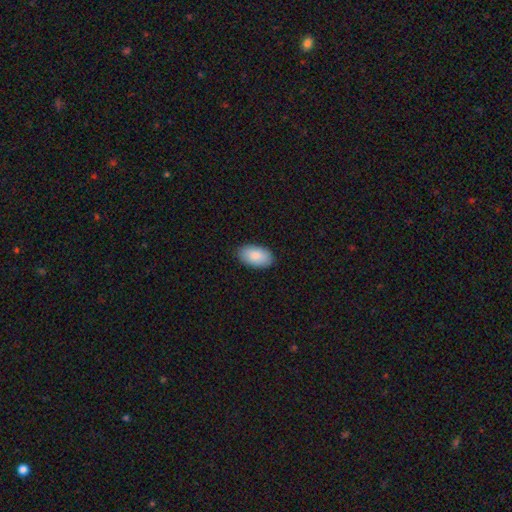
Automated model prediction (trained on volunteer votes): smooth-or-featured: smooth: 88% | featured or disk: 6% | star or artifact: 6%
  how-rounded: in between: 95% | round: 3% | cigar-shaped: 1%
  merging: none: 88% | minor disturbance: 9% | major disturbance: 2% | merger: 1%